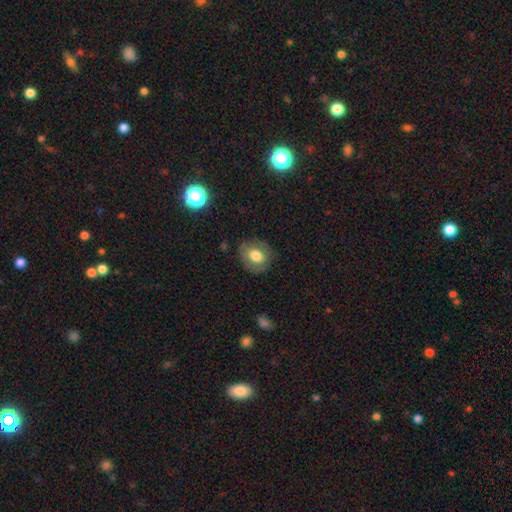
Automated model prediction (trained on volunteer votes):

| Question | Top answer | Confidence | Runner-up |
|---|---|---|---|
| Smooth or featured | smooth | 66% | featured or disk (26%) |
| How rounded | round | 57% | in between (42%) |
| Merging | none | 81% | minor disturbance (14%) |